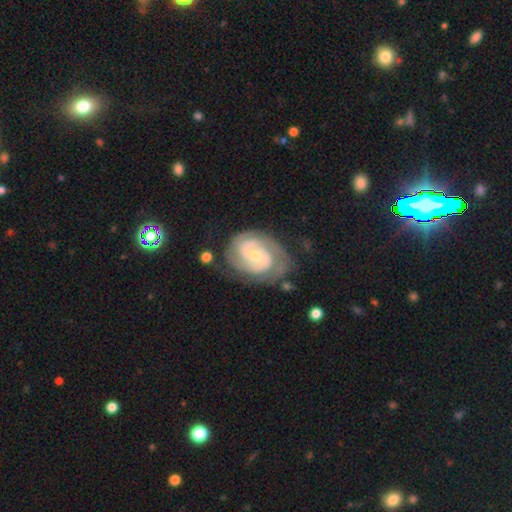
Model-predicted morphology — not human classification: Smooth or featured? featured or disk (87%)
Edge-on disk? no (97%)
Bar? no (52%)
Spiral arms? yes (95%)
Spiral winding? tight (65%)
Spiral arm count? 2 (65%)
Bulge size? small (58%)
Merging? none (65%)